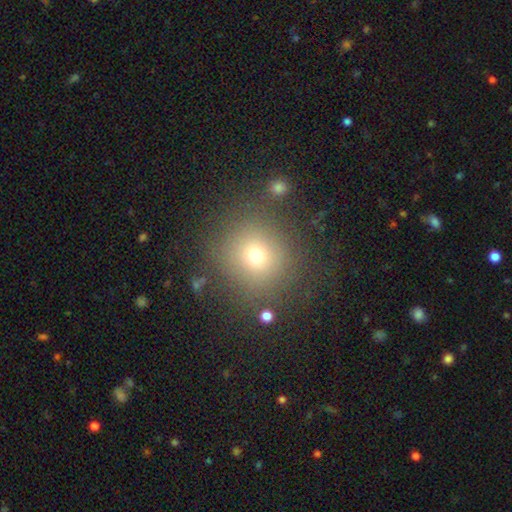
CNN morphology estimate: This is likely a smooth galaxy (69%). How rounded: clearly round (91%). Merging: clearly none (82%).